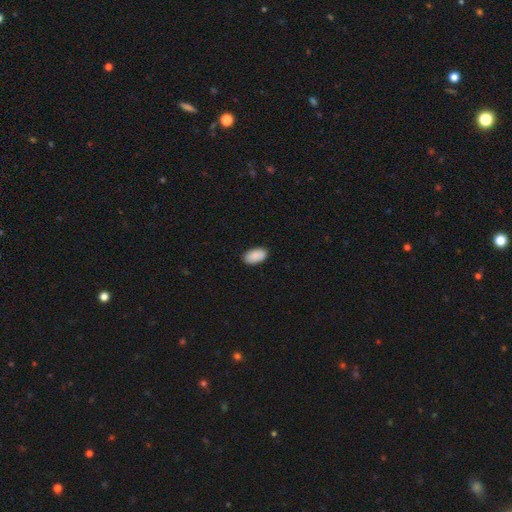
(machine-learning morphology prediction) smooth-or-featured: smooth: 91% | star or artifact: 6% | featured or disk: 3%
  how-rounded: in between: 95% | round: 3% | cigar-shaped: 2%
  merging: none: 89% | minor disturbance: 8% | major disturbance: 2% | merger: 1%